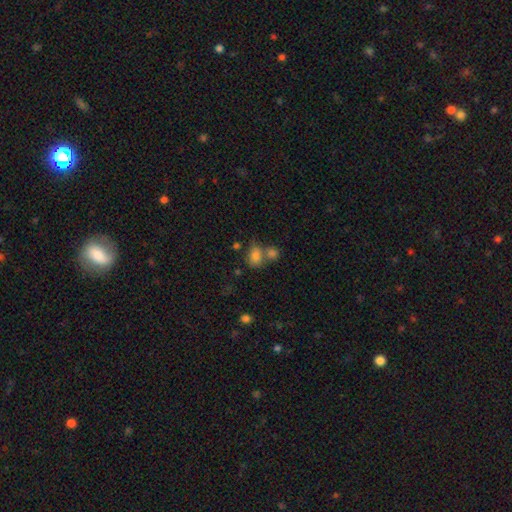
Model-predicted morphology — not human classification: Overall: smooth (79%). How rounded: in between (63%; round 36%). Merging: none (43%; merger 39%).